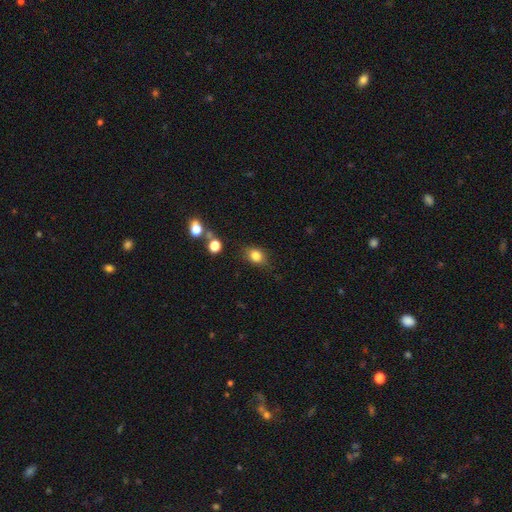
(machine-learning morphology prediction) smooth-or-featured: smooth: 81% | star or artifact: 11% | featured or disk: 8%
  how-rounded: in between: 53% | round: 46% | cigar-shaped: 1%
  merging: none: 73% | minor disturbance: 18% | major disturbance: 5% | merger: 4%